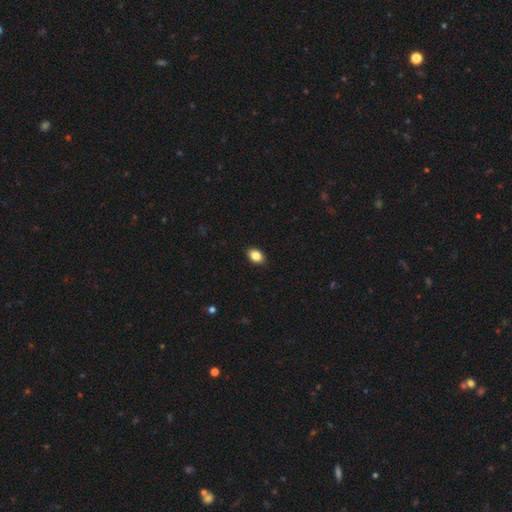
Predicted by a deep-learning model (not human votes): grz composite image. It shows a smooth galaxy with no disk features (86%) that is in between round and cigar-shaped (77%). Merging: none (90%).